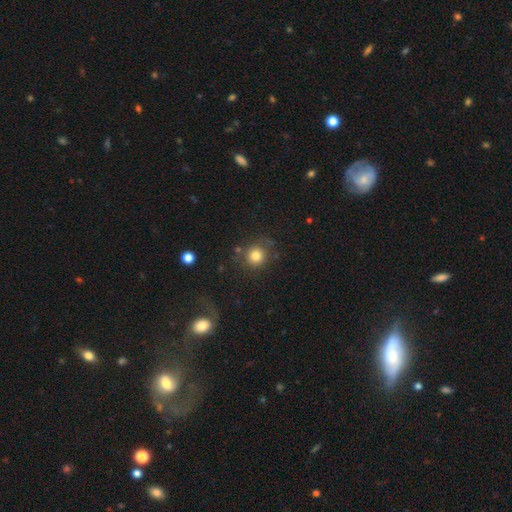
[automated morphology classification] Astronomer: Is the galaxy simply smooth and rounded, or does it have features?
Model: smooth — 80%.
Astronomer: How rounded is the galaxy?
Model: round — 89%.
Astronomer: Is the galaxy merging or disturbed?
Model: none — 78%.